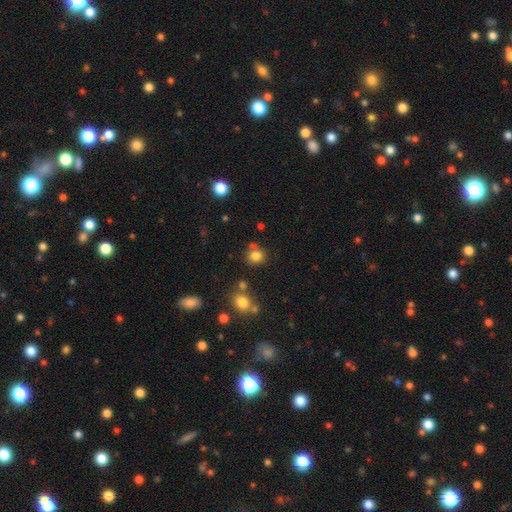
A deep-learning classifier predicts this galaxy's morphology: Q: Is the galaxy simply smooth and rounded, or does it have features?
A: smooth — 81%.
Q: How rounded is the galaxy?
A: round — 80%.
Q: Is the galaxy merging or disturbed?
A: none — 66%.